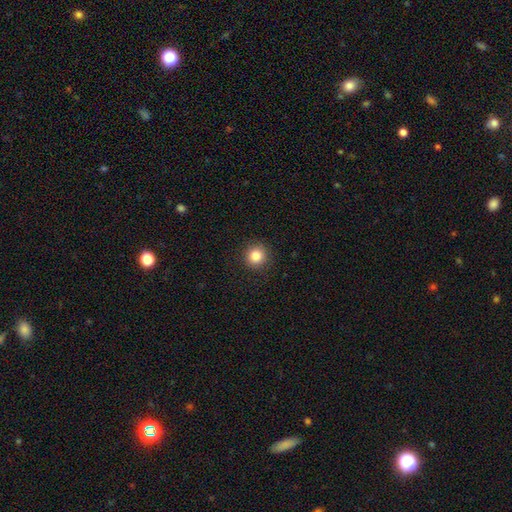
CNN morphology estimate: Q: Smooth or featured?
A: smooth (84%); runner-up: star or artifact (11%)
Q: How rounded?
A: round (93%); runner-up: in between (6%)
Q: Merging?
A: none (91%); runner-up: minor disturbance (6%)